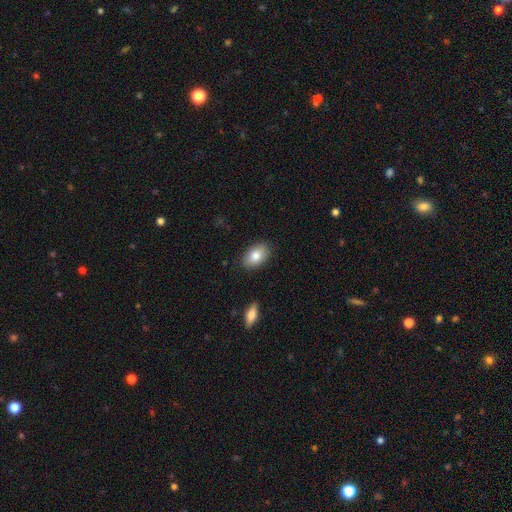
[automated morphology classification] Smooth or featured? Predicted: smooth (p=0.81). How rounded? Predicted: in between (p=0.91). Merging? Predicted: none (p=0.86).